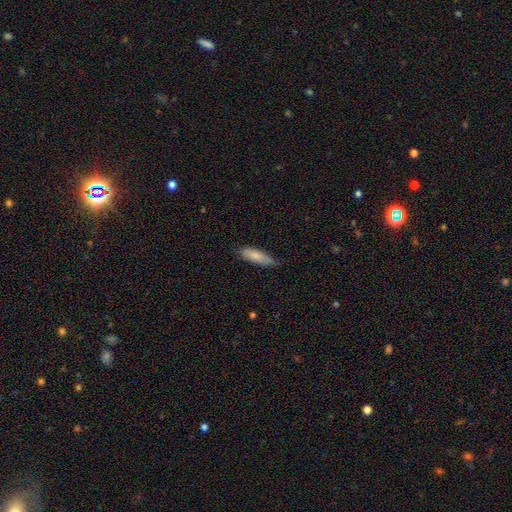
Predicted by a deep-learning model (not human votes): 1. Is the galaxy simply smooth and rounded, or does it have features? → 81% smooth, 14% featured or disk, 6% star or artifact.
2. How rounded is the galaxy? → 53% cigar-shaped, 45% in between, 1% round.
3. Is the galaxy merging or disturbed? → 71% none, 24% minor disturbance, 4% major disturbance, 1% merger.